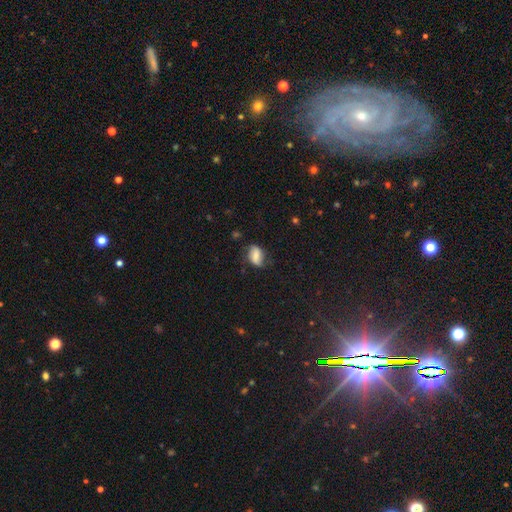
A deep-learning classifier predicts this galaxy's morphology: Smooth or featured? Predicted: smooth (p=0.55). How rounded? Predicted: in between (p=0.79). Merging? Predicted: none (p=0.65).